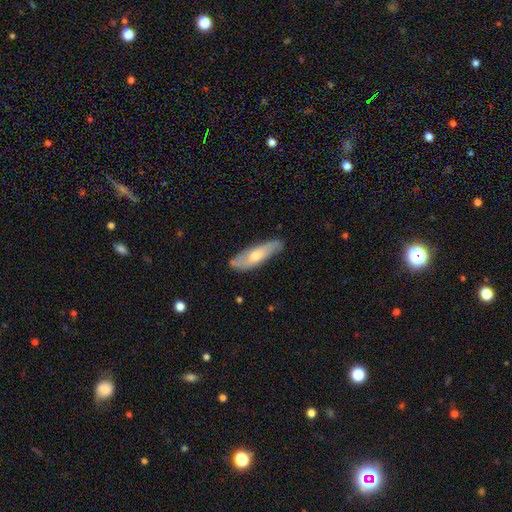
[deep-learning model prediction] Q: Smooth or featured?
A: smooth (50%); runner-up: featured or disk (44%)
Q: How rounded?
A: cigar-shaped (53%); runner-up: in between (44%)
Q: Merging?
A: none (77%); runner-up: minor disturbance (18%)